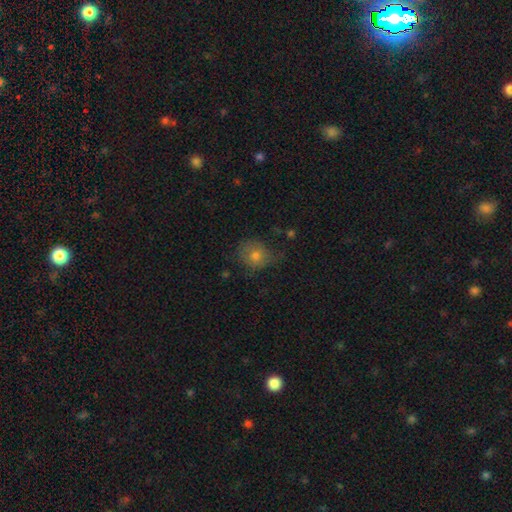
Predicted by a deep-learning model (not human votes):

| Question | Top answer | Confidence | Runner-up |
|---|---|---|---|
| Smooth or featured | smooth | 70% | featured or disk (17%) |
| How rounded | round | 69% | in between (30%) |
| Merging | none | 58% | minor disturbance (29%) |